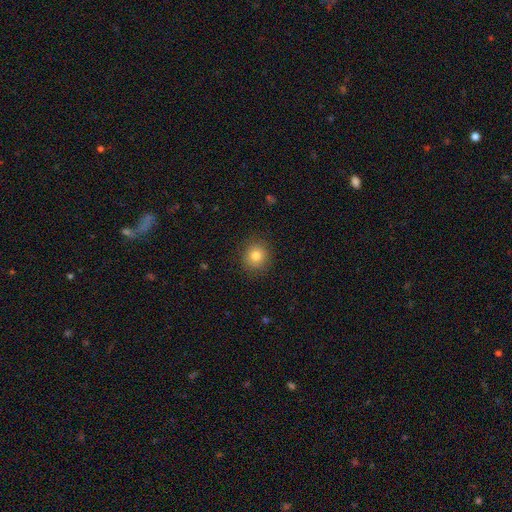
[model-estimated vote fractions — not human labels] smooth_or_featured: smooth (p=0.81) [alt: star or artifact p=0.11]
how_rounded: round (p=0.89) [alt: in between p=0.10]
merging: none (p=0.89) [alt: minor disturbance p=0.07]